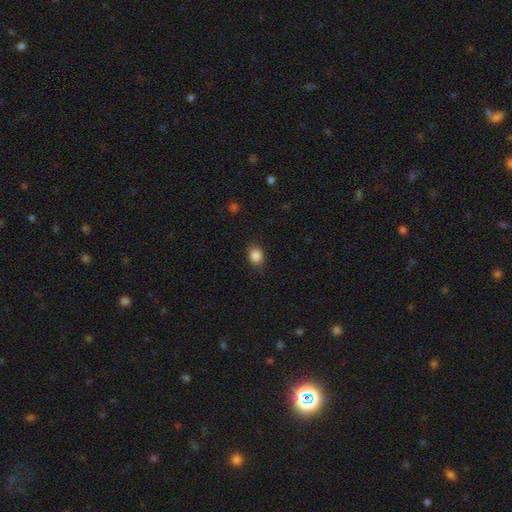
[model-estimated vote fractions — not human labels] Q: Smooth or featured?
A: smooth (86%); runner-up: star or artifact (10%)
Q: How rounded?
A: in between (53%); runner-up: round (46%)
Q: Merging?
A: none (82%); runner-up: minor disturbance (14%)